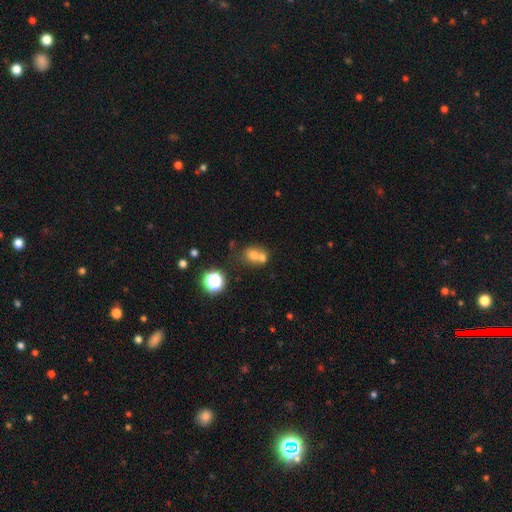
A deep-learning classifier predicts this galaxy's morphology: Q: Smooth or featured?
A: smooth (67%); runner-up: star or artifact (17%)
Q: How rounded?
A: round (66%); runner-up: in between (33%)
Q: Merging?
A: merger (56%); runner-up: none (33%)